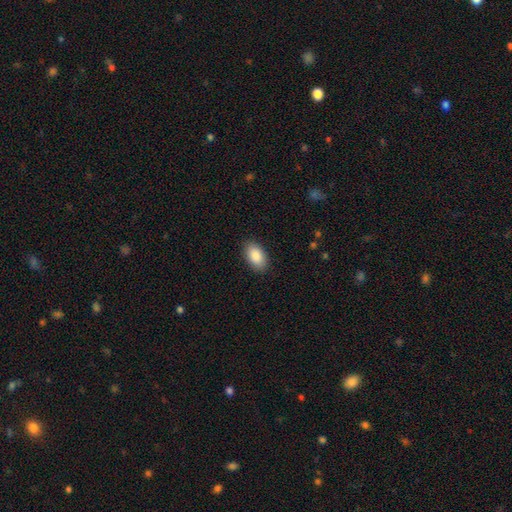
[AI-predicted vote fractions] Smooth or featured: smooth — 89% (star or artifact — 6%)
How rounded: in between — 94% (round — 5%)
Merging: none — 88% (minor disturbance — 8%)